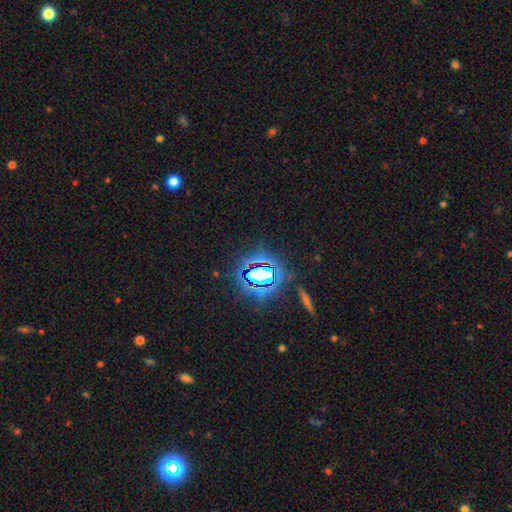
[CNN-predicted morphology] Overall: star or artifact (82%).